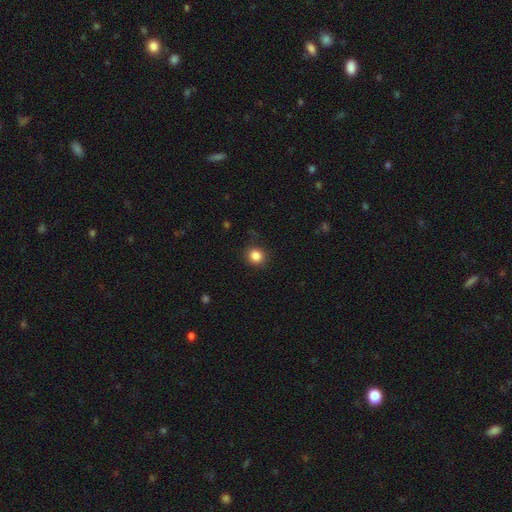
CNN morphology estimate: Smooth or featured?
  - smooth: 86% *
  - star or artifact: 11%
  - featured or disk: 4%
How rounded?
  - round: 83% *
  - in between: 16%
  - cigar-shaped: 1%
Merging?
  - none: 87% *
  - minor disturbance: 10%
  - major disturbance: 3%
  - merger: 1%